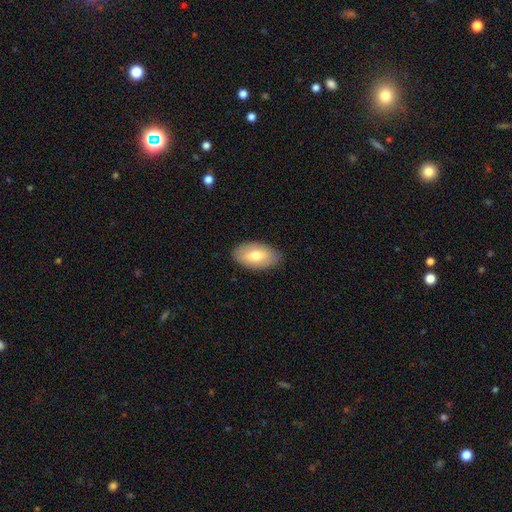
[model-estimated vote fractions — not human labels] smooth 68%, featured or disk 26%, star or artifact 6%. Down the decision tree: how rounded — in between (94%); merging — none (86%).